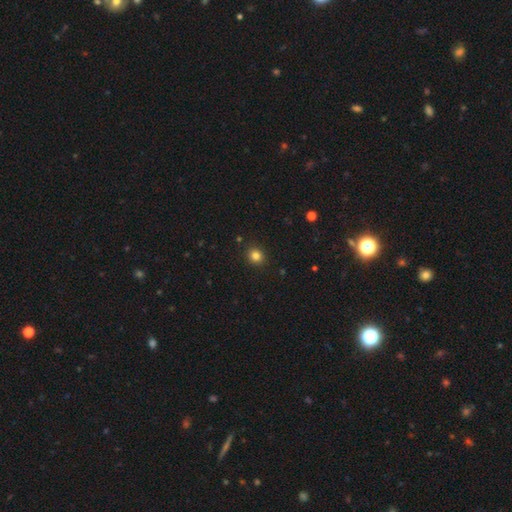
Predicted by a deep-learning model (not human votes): A smooth galaxy with no disk features (82%) that is round (83%). Merging: none (91%).